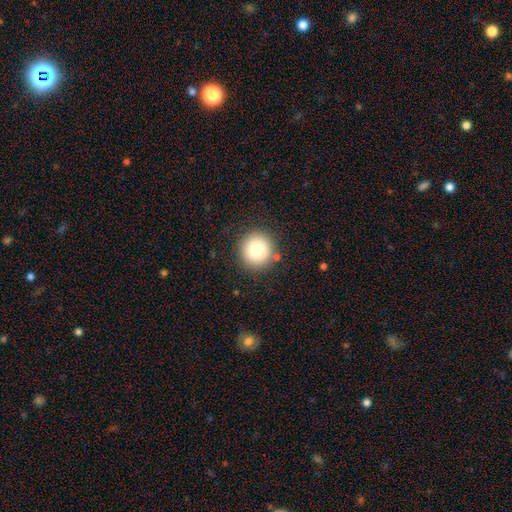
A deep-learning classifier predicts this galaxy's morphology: smooth-or-featured: smooth: 83% | star or artifact: 10% | featured or disk: 7%
  how-rounded: round: 94% | in between: 5% | cigar-shaped: 1%
  merging: none: 87% | minor disturbance: 8% | major disturbance: 3% | merger: 2%